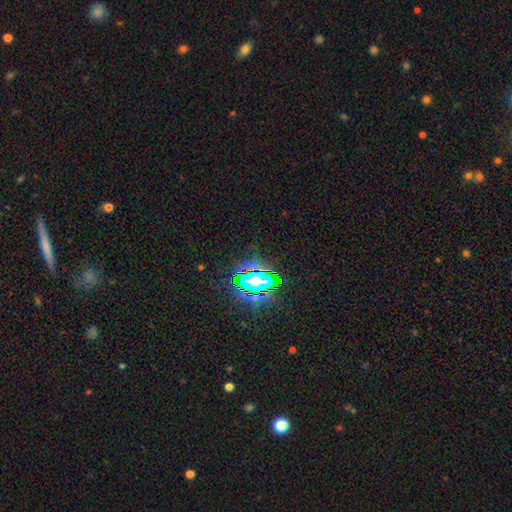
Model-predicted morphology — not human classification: star or artifact 76%, smooth 14%, featured or disk 9%.